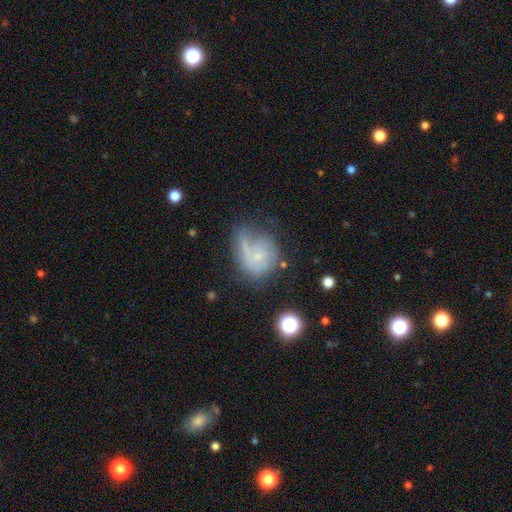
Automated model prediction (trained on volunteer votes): Smooth or featured: featured or disk — 52% (smooth — 37%)
Edge-on disk: no — 97% (yes — 3%)
Bar: no — 77% (weak — 20%)
Spiral arms: yes — 72% (no — 28%)
Bulge size: small — 72% (none — 13%)
Merging: none — 39% (minor disturbance — 27%)